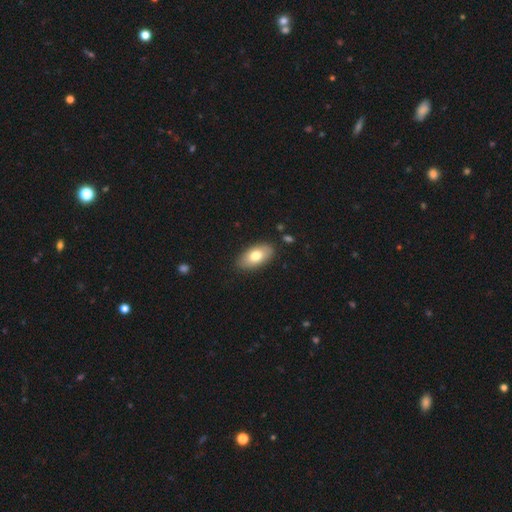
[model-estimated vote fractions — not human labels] Morphology: type=smooth (76%); roundness=in between (93%); merging=none (86%).